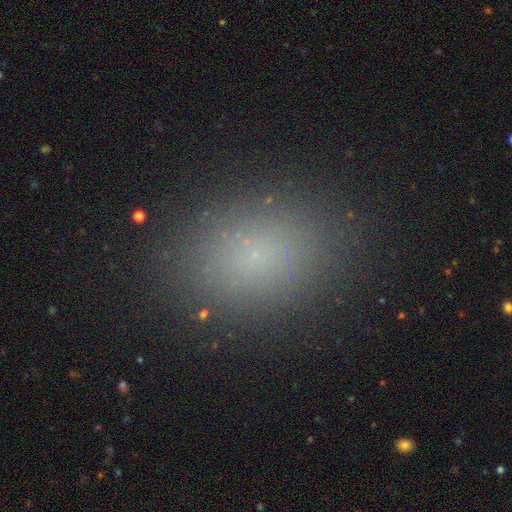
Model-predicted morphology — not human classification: Q: Smooth or featured?
A: smooth (76%); runner-up: star or artifact (16%)
Q: How rounded?
A: in between (73%); runner-up: round (25%)
Q: Merging?
A: none (86%); runner-up: minor disturbance (10%)